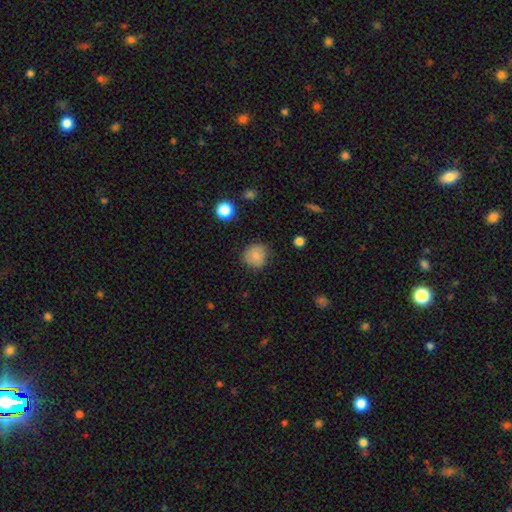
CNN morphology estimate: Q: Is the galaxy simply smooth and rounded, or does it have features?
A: smooth — 82%.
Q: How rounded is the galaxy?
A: round — 85%.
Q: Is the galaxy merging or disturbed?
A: none — 76%.